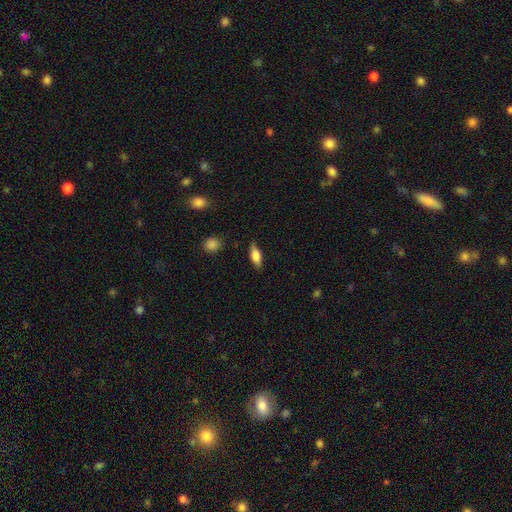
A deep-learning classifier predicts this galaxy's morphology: This appears to be a smooth galaxy with no disk features (71%) that is in between round and cigar-shaped (70%). Merging: none (79%).